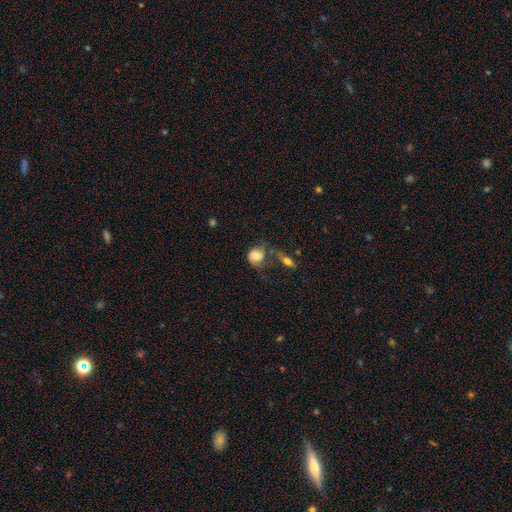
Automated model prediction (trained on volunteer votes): This is likely a smooth galaxy (61%). How rounded: likely round (61%). Merging: marginally none (34%).